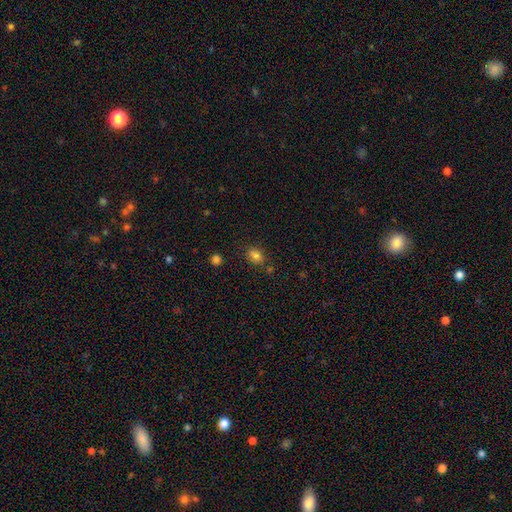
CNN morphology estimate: A smooth galaxy with no disk features (80%) that is in between round and cigar-shaped (66%). Merging: none (73%).